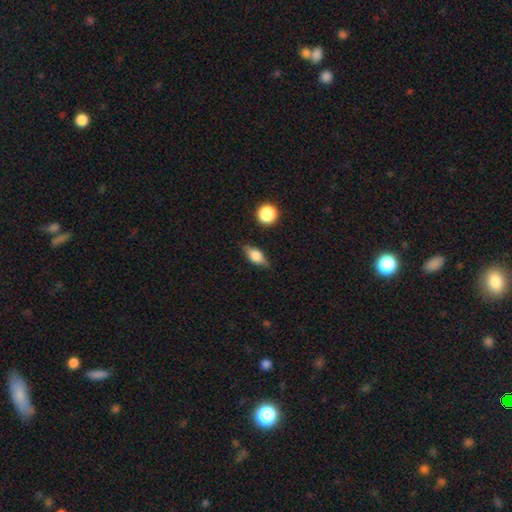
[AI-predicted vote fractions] Smooth or featured? smooth (62%)
How rounded? in between (75%)
Merging? none (81%)